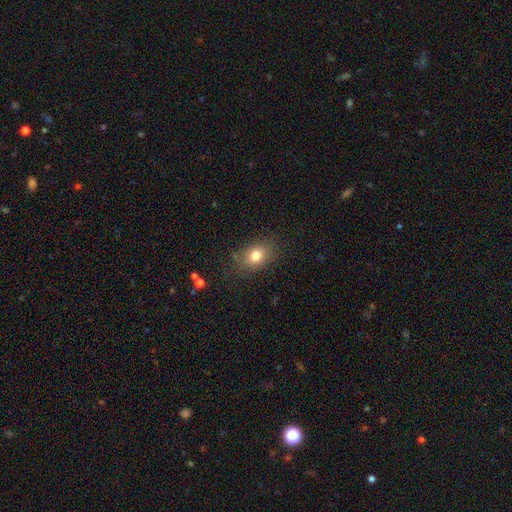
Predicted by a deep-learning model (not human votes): Overall: smooth (78%). How rounded: in between (71%). Merging: none (79%).